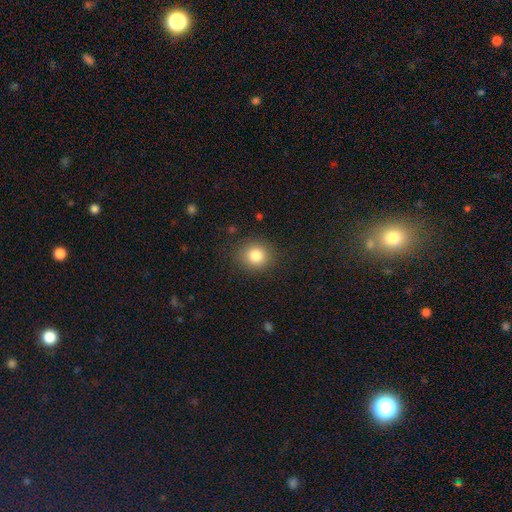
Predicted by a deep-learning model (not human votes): This appears to be a smooth galaxy with no disk features (83%) that is round (85%). Merging: none (87%).